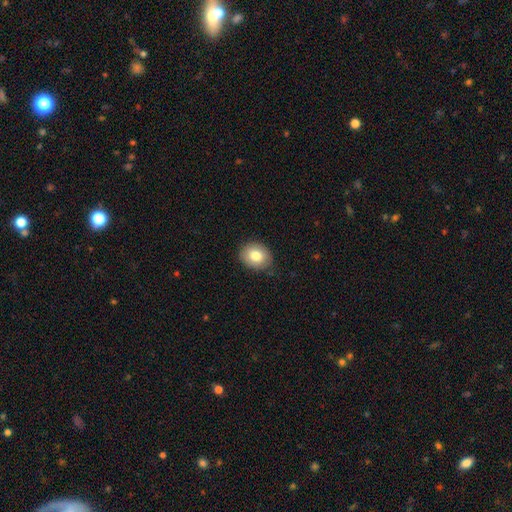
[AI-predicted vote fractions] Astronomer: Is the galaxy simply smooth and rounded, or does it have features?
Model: smooth — 80%.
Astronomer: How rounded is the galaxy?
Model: in between — 50% (runner-up: round, 49%).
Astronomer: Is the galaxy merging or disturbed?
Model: none — 82%.